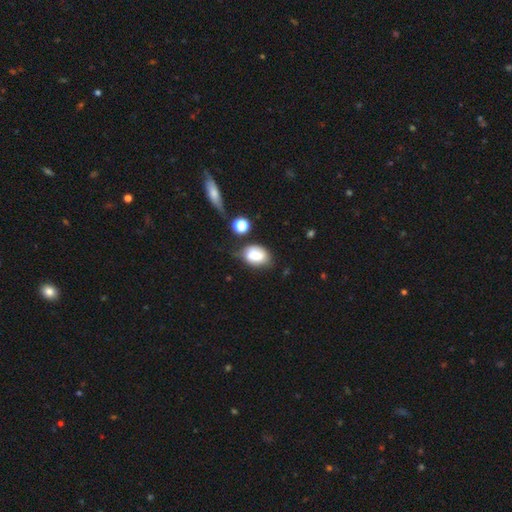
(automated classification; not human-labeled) The model was most divided on "merging": none: 48%, minor disturbance: 30%, major disturbance: 11%, merger: 11%. More confident: how rounded — in between (76%); smooth or featured — smooth (75%).